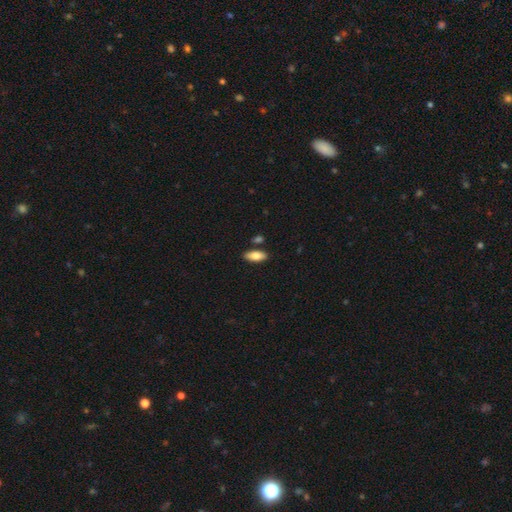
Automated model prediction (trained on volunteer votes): Smooth or featured?
  - smooth: 81% *
  - featured or disk: 13%
  - star or artifact: 6%
How rounded?
  - in between: 85% *
  - cigar-shaped: 13%
  - round: 2%
Merging?
  - none: 84% *
  - minor disturbance: 9%
  - merger: 5%
  - major disturbance: 2%